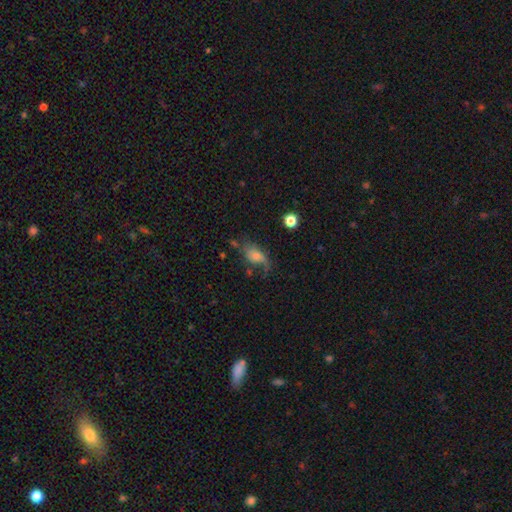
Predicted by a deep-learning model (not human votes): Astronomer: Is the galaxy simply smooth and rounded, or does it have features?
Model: smooth — 45% (runner-up: featured or disk, 43%).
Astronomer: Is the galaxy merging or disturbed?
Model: none — 45% (runner-up: minor disturbance, 26%).